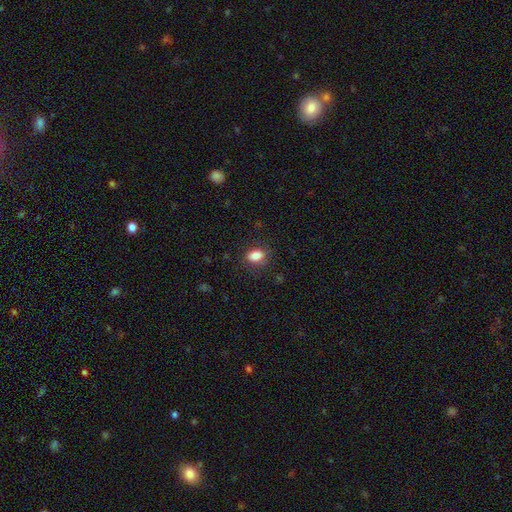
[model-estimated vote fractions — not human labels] Smooth or featured?
  - smooth: 86% *
  - star or artifact: 9%
  - featured or disk: 5%
How rounded?
  - in between: 83% *
  - round: 15%
  - cigar-shaped: 2%
Merging?
  - none: 82% *
  - minor disturbance: 13%
  - major disturbance: 4%
  - merger: 1%